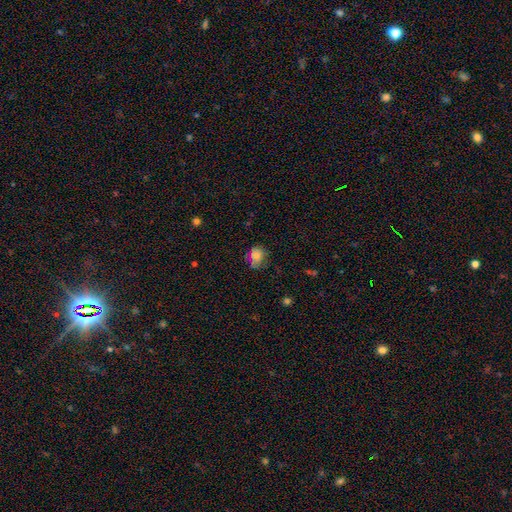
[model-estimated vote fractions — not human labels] The model was most divided on "how rounded": round: 63%, in between: 36%, cigar-shaped: 1%. More confident: smooth or featured — smooth (76%); merging — none (60%).